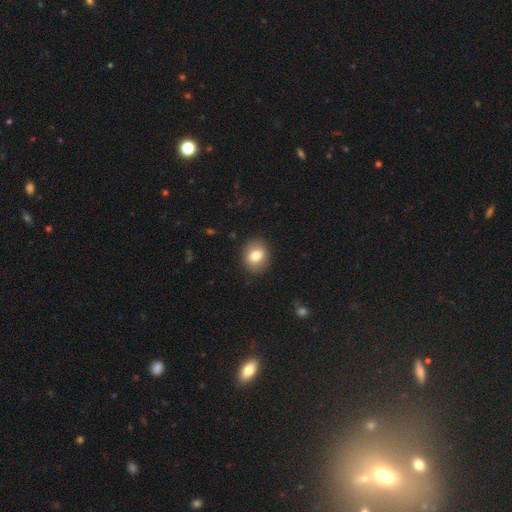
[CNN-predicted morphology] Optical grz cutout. It shows a smooth galaxy with no disk features (79%) that is round (61%). Merging: none (88%).